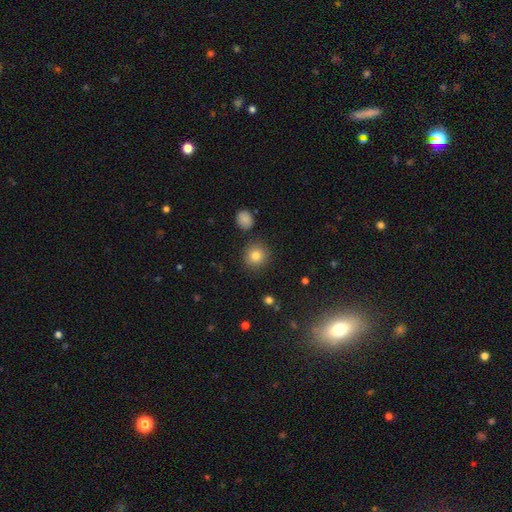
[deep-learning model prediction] Overall: smooth (82%). How rounded: round (92%). Merging: none (87%).